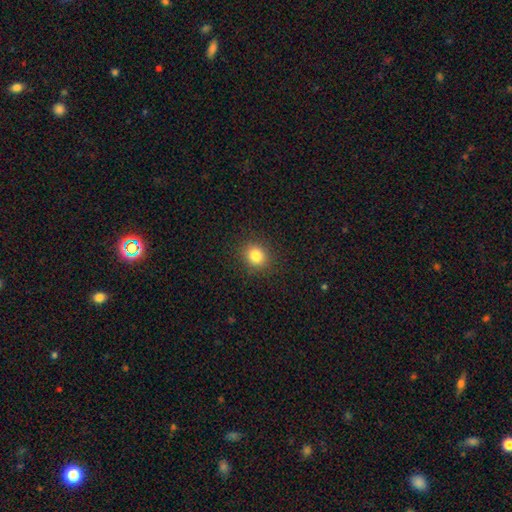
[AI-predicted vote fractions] Smooth or featured? smooth (82%)
How rounded? round (80%)
Merging? none (90%)